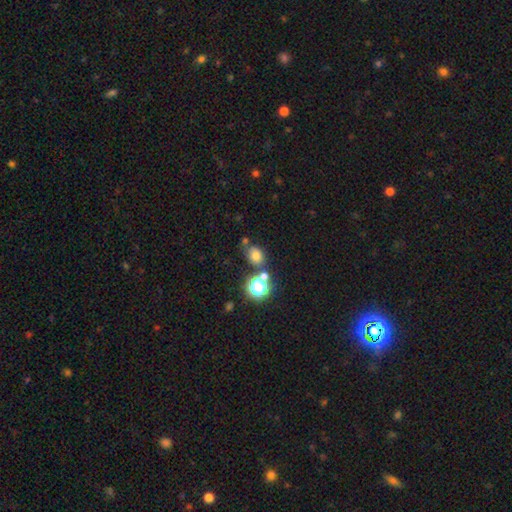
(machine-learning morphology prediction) smooth_or_featured: smooth (p=0.70) [alt: star or artifact p=0.21]
how_rounded: round (p=0.57) [alt: in between p=0.41]
merging: none (p=0.65) [alt: merger p=0.17]